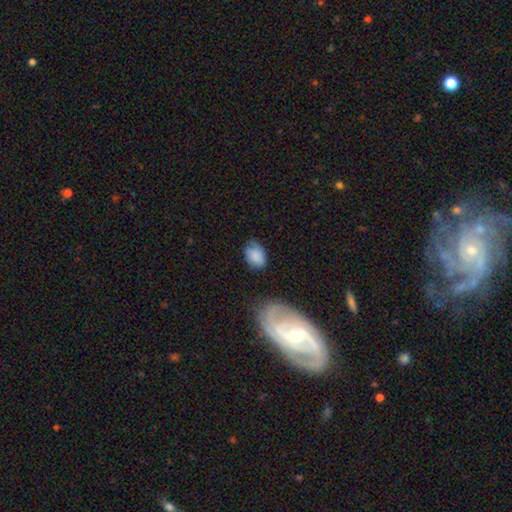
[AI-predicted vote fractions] This is clearly a smooth galaxy (82%). How rounded: clearly in between (80%). Merging: likely none (63%).